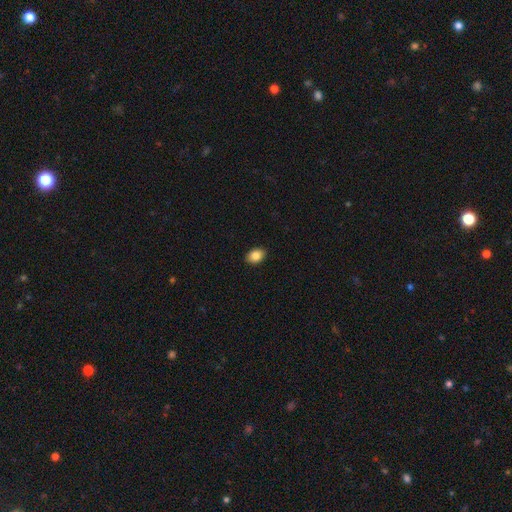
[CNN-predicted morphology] The model was most divided on "how rounded": in between: 78%, round: 21%, cigar-shaped: 1%. More confident: merging — none (90%); smooth or featured — smooth (86%).